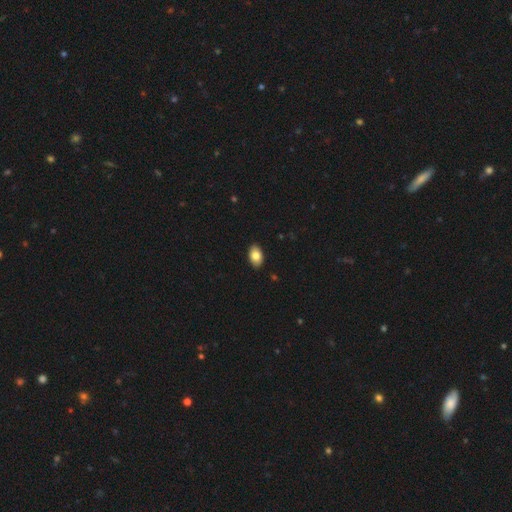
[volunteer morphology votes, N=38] smooth_or_featured: smooth (p=0.89) [alt: featured or disk p=0.05]
how_rounded: in between (p=0.82) [alt: round p=0.15]
merging: none (p=1.00)